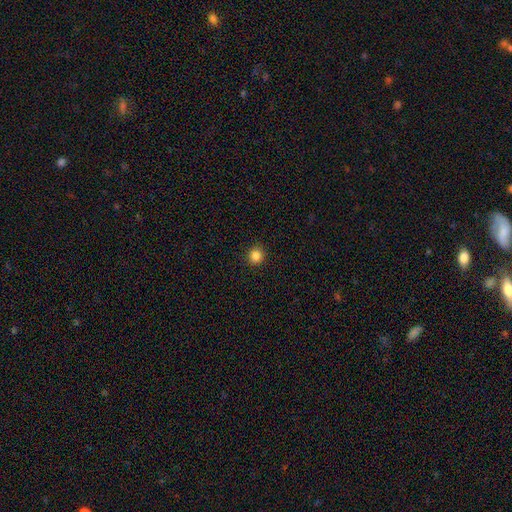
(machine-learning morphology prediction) Smooth or featured: smooth — 85% (star or artifact — 12%)
How rounded: round — 92% (in between — 7%)
Merging: none — 92% (minor disturbance — 6%)